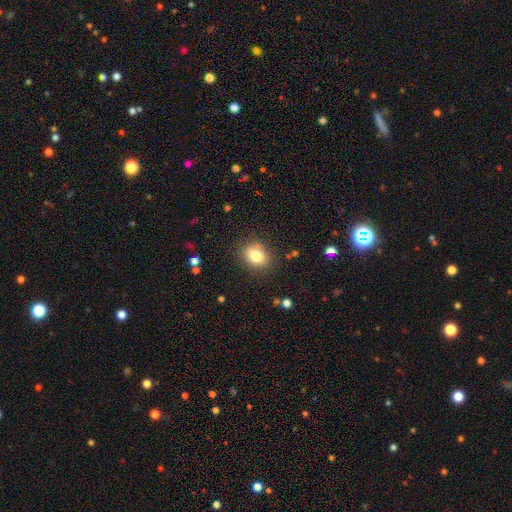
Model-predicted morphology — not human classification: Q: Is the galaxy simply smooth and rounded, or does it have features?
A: smooth — 79%.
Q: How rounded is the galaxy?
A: round — 54%.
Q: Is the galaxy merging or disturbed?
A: none — 84%.